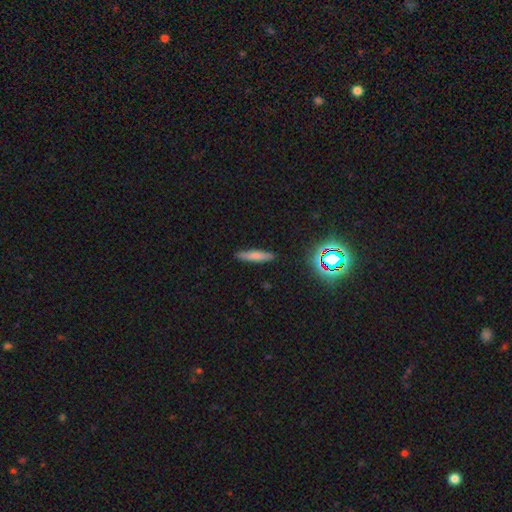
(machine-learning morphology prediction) Smooth or featured: smooth — 70% (featured or disk — 18%)
How rounded: cigar-shaped — 86% (in between — 12%)
Merging: none — 87% (minor disturbance — 9%)